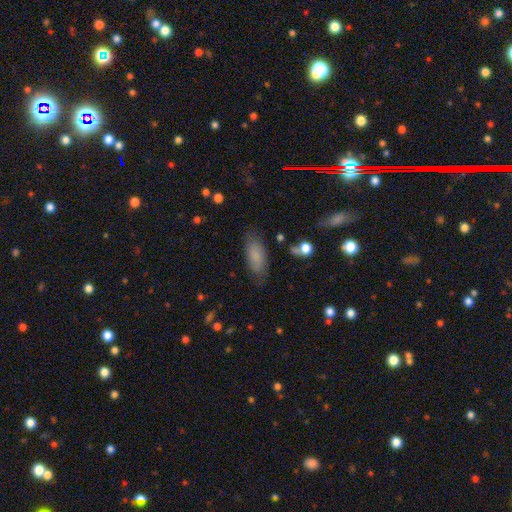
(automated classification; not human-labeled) A smooth galaxy with no disk features (78%) that is in between round and cigar-shaped (82%).

Vote fractions:
- Smooth or featured? smooth: 78% / featured or disk: 13% / star or artifact: 8%
- How rounded? in between: 82% / cigar-shaped: 16% / round: 3%
- Merging? none: 75% / minor disturbance: 18% / major disturbance: 5% / merger: 2%